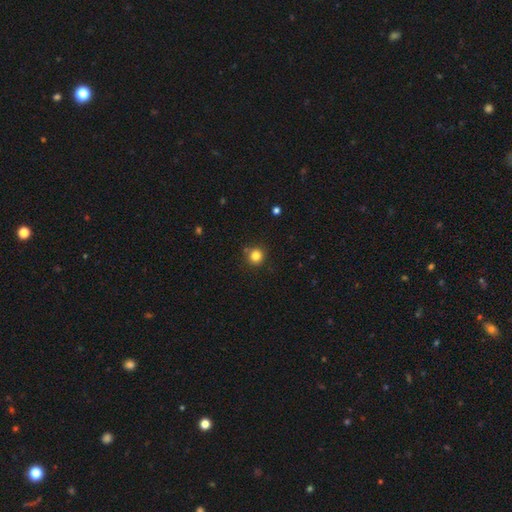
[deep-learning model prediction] Smooth or featured: smooth — 82% (star or artifact — 12%)
How rounded: round — 93% (in between — 6%)
Merging: none — 84% (minor disturbance — 9%)